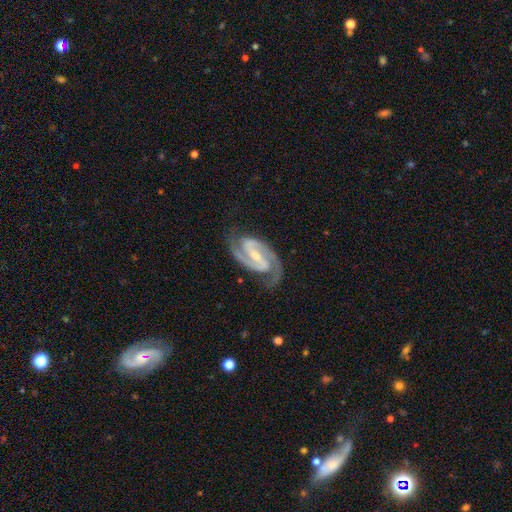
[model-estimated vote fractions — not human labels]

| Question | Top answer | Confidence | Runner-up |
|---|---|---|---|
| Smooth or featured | featured or disk | 93% | star or artifact (4%) |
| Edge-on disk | no | 97% | yes (3%) |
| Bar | strong | 56% | weak (32%) |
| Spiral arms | yes | 99% | no (1%) |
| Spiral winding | medium | 53% | tight (39%) |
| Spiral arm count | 2 | 94% | 3 (2%) |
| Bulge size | small | 59% | moderate (33%) |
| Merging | none | 82% | minor disturbance (13%) |